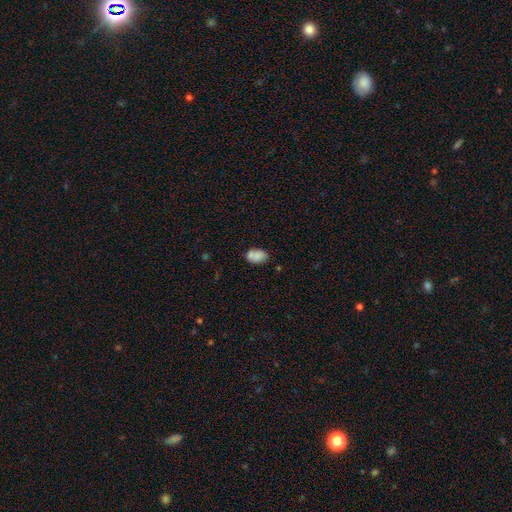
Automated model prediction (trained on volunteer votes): Smooth or featured: smooth — 77% (featured or disk — 14%)
How rounded: in between — 87% (round — 11%)
Merging: none — 58% (minor disturbance — 20%)